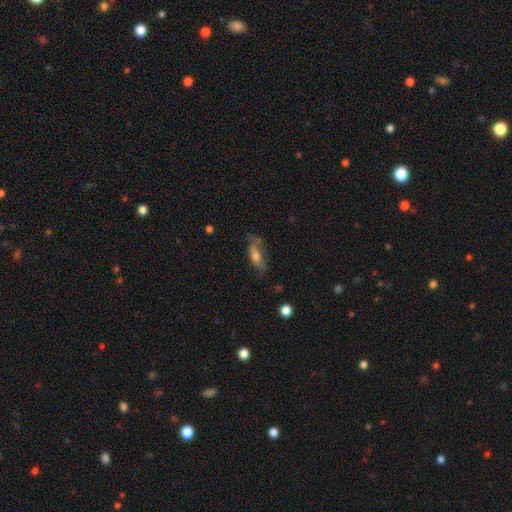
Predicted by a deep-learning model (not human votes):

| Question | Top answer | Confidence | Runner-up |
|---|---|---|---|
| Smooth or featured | smooth | 49% | featured or disk (42%) |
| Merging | none | 60% | minor disturbance (24%) |